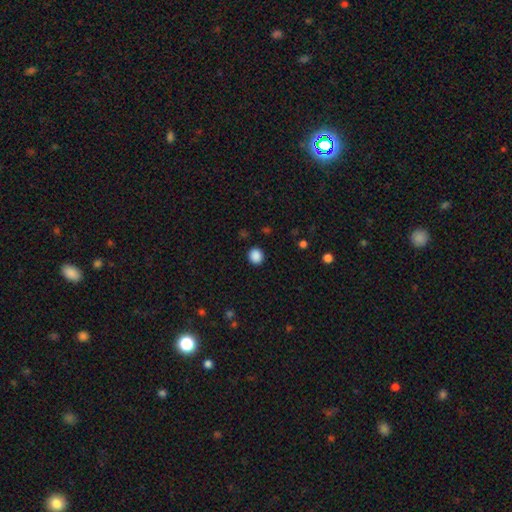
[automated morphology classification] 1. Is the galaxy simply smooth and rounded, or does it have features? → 88% smooth, 10% star or artifact, 2% featured or disk.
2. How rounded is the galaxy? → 81% round, 18% in between, 1% cigar-shaped.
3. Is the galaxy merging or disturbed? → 91% none, 6% minor disturbance, 2% major disturbance, 1% merger.